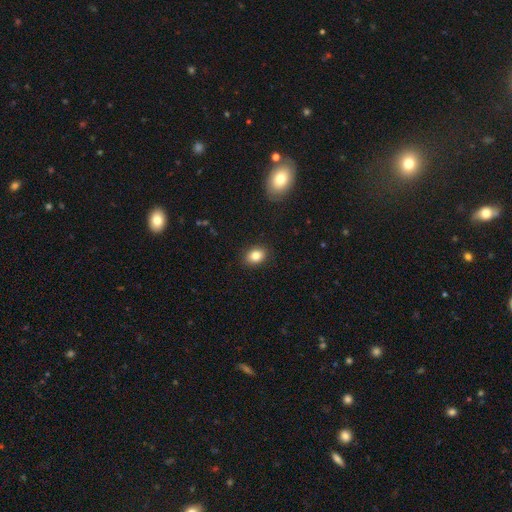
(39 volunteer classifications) Q: Smooth or featured?
A: smooth (87%); runner-up: featured or disk (10%)
Q: How rounded?
A: in between (62%); runner-up: round (38%)
Q: Merging?
A: none (97%); runner-up: major disturbance (3%)